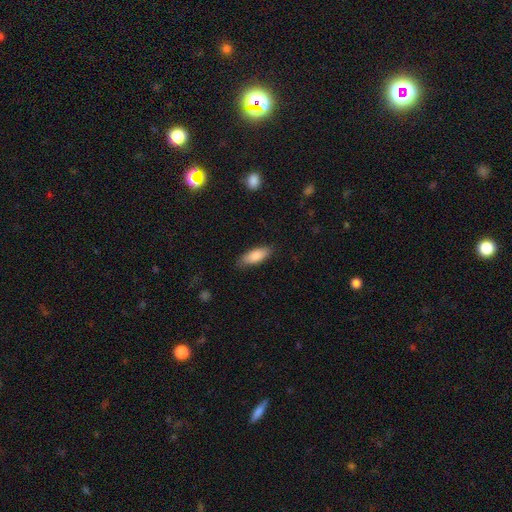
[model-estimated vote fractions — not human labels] A smooth galaxy with no disk features (83%) that is in between round and cigar-shaped (70%). Merging: none (84%).